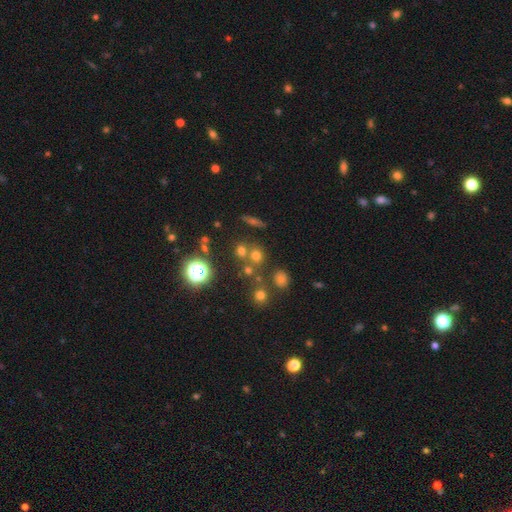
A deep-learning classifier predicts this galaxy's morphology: Smooth or featured?
  - smooth: 56% *
  - star or artifact: 32%
  - featured or disk: 12%
How rounded?
  - round: 87% *
  - in between: 11%
  - cigar-shaped: 2%
Merging?
  - none: 64% *
  - merger: 25%
  - minor disturbance: 8%
  - major disturbance: 4%